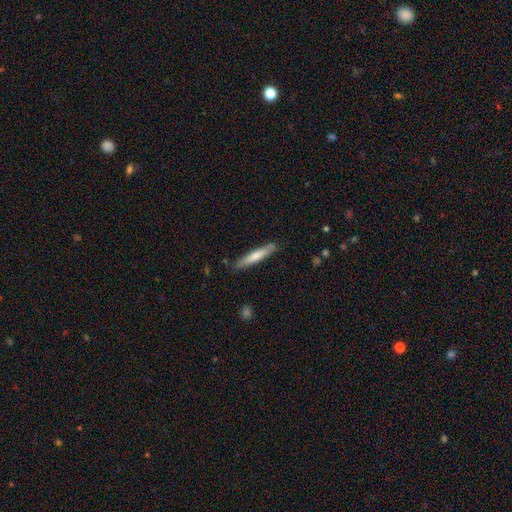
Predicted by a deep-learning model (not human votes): This appears to be a smooth galaxy with no disk features (54%) that is cigar-shaped (93%). Merging: none (86%).